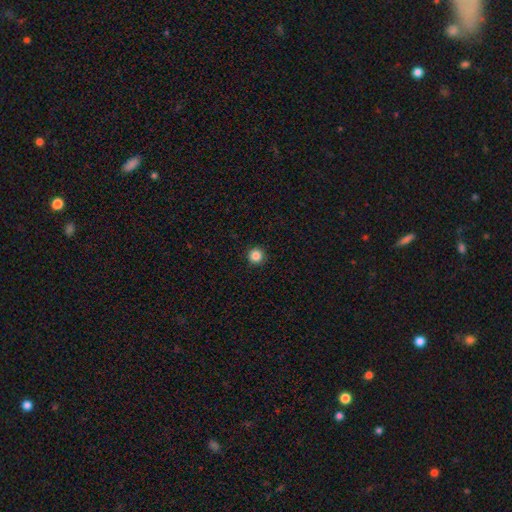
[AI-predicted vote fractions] This appears to be a smooth galaxy with no disk features (85%) that is round (96%). Merging: none (93%).